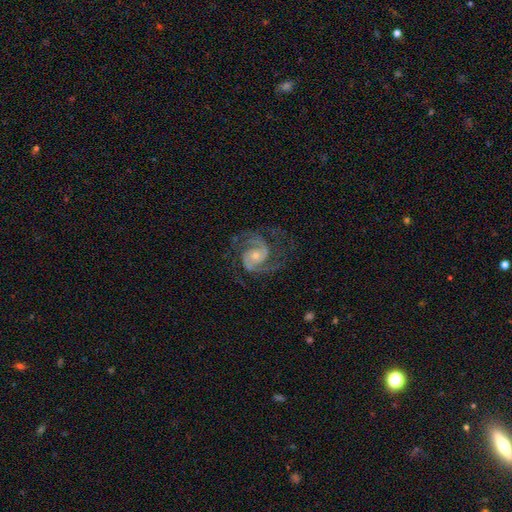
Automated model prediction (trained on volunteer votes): Overall: featured or disk (91%). Edge-on disk: no (98%). Bar: no (60%; weak 31%). Spiral arms: yes (98%). Spiral arm count: 2 (89%). Spiral winding: medium (55%; tight 35%). Bulge size: small (57%; moderate 37%). Merging: none (75%).